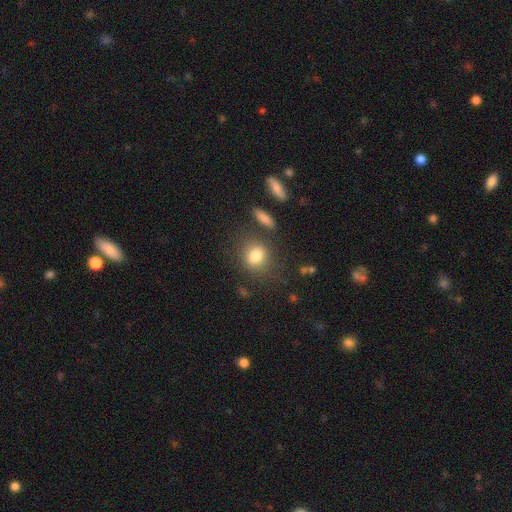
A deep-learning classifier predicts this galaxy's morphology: A smooth galaxy with no disk features (82%) that is round (62%).

Vote fractions:
- Smooth or featured? smooth: 82% / star or artifact: 10% / featured or disk: 8%
- How rounded? round: 62% / in between: 36% / cigar-shaped: 2%
- Merging? none: 75% / minor disturbance: 14% / merger: 6% / major disturbance: 6%